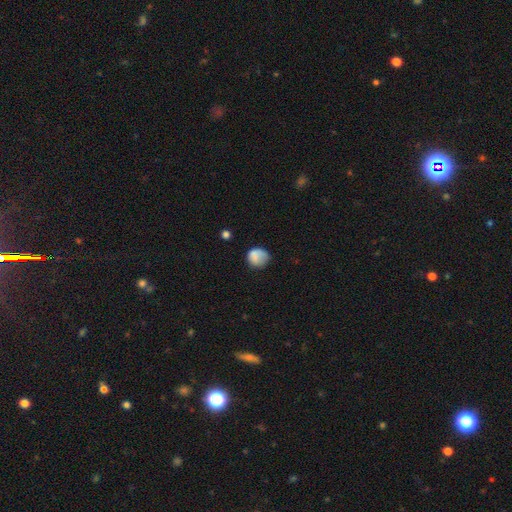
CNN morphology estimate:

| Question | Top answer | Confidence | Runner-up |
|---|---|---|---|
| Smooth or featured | smooth | 81% | featured or disk (10%) |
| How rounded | round | 79% | in between (20%) |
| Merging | none | 59% | minor disturbance (28%) |